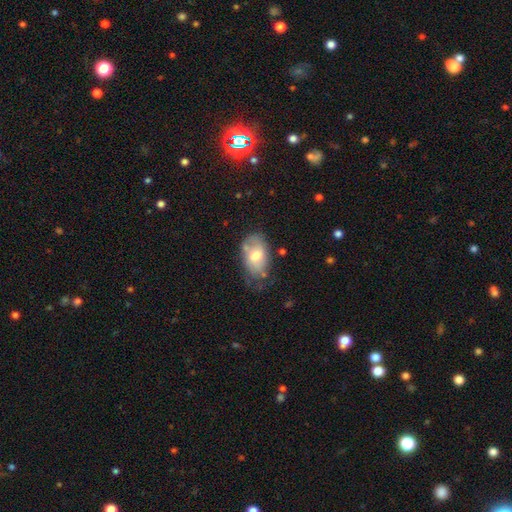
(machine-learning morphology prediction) A smooth galaxy with no disk features (56%) that is in between round and cigar-shaped (89%). Merging: none (51%).